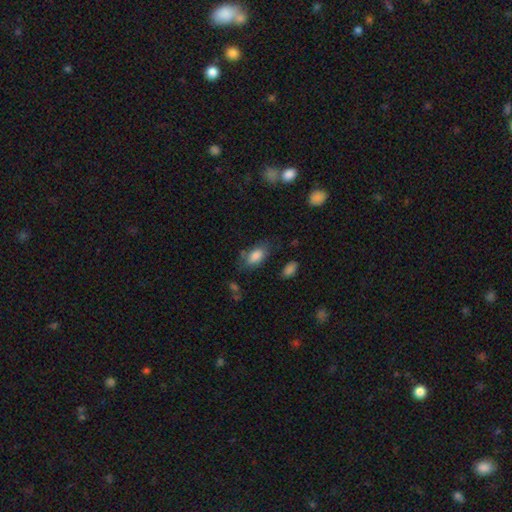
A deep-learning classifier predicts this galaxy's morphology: Q: Smooth or featured?
A: smooth (83%); runner-up: featured or disk (10%)
Q: How rounded?
A: in between (92%); runner-up: round (5%)
Q: Merging?
A: none (65%); runner-up: minor disturbance (22%)